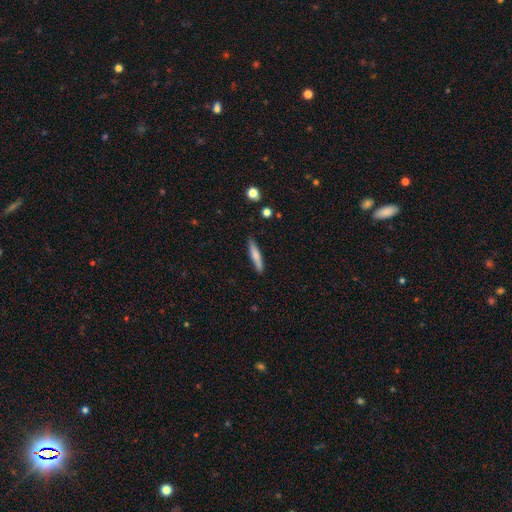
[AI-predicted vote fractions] Smooth or featured? Predicted: smooth (p=0.71). How rounded? Predicted: cigar-shaped (p=0.89). Merging? Predicted: none (p=0.86).